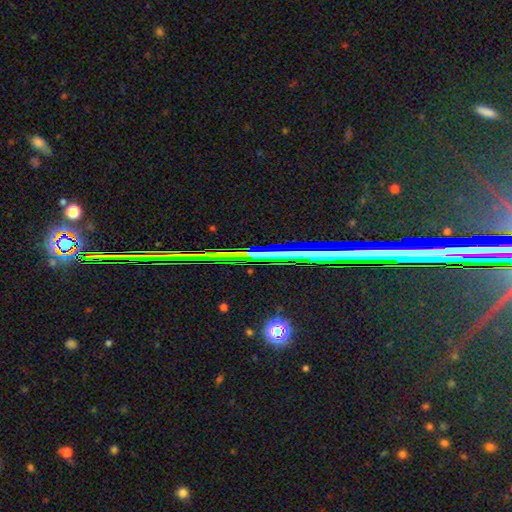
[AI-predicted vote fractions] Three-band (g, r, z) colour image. It shows a star or artifact, not a galaxy (79%).